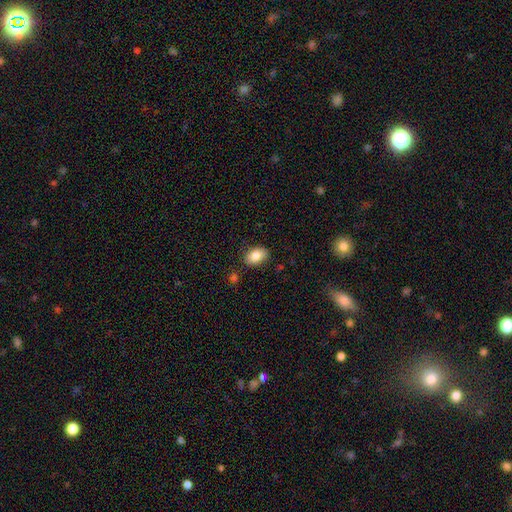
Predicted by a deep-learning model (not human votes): Smooth or featured?
  - smooth: 85% *
  - featured or disk: 8%
  - star or artifact: 8%
How rounded?
  - in between: 86% *
  - round: 13%
  - cigar-shaped: 1%
Merging?
  - none: 83% *
  - minor disturbance: 12%
  - merger: 3%
  - major disturbance: 3%